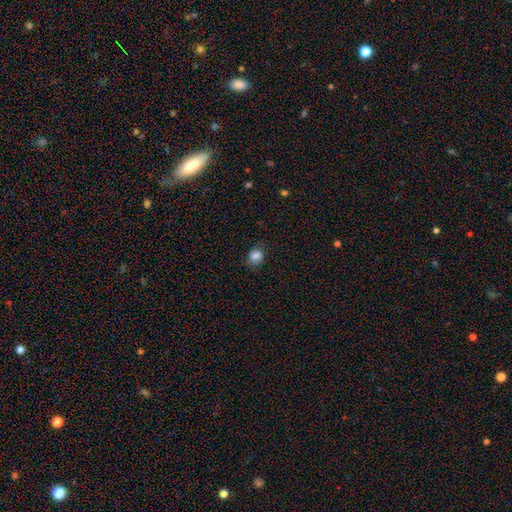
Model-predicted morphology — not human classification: smooth-or-featured: smooth: 80% | star or artifact: 12% | featured or disk: 8%
  how-rounded: round: 61% | in between: 38% | cigar-shaped: 1%
  merging: none: 70% | minor disturbance: 21% | major disturbance: 6% | merger: 2%